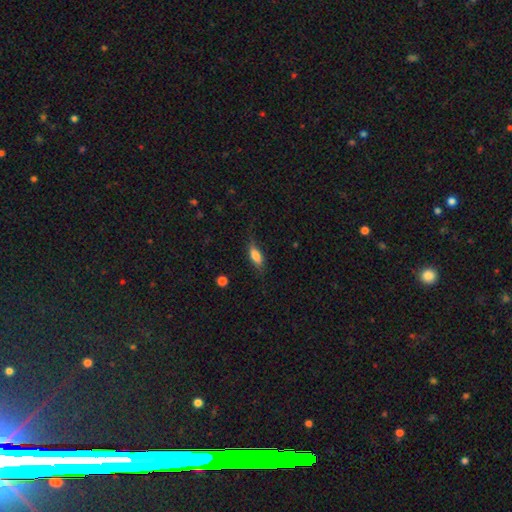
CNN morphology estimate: smooth 74%, featured or disk 18%, star or artifact 8%. Down the decision tree: how rounded — in between (73%); merging — none (64%).